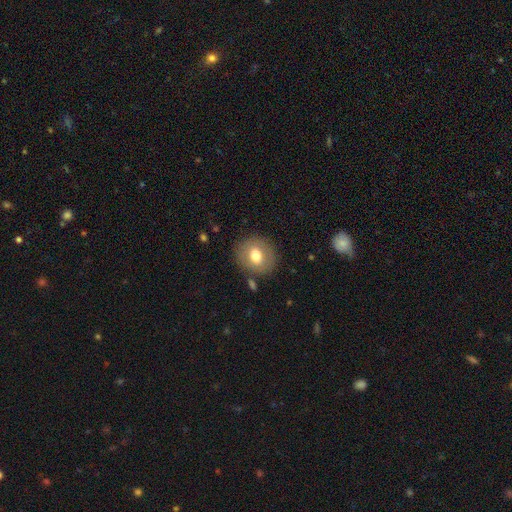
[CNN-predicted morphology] A smooth galaxy with no disk features (71%) that is round (77%).

Vote fractions:
- Smooth or featured? smooth: 71% / featured or disk: 21% / star or artifact: 8%
- How rounded? round: 77% / in between: 22% / cigar-shaped: 1%
- Merging? none: 84% / minor disturbance: 10% / major disturbance: 3% / merger: 3%